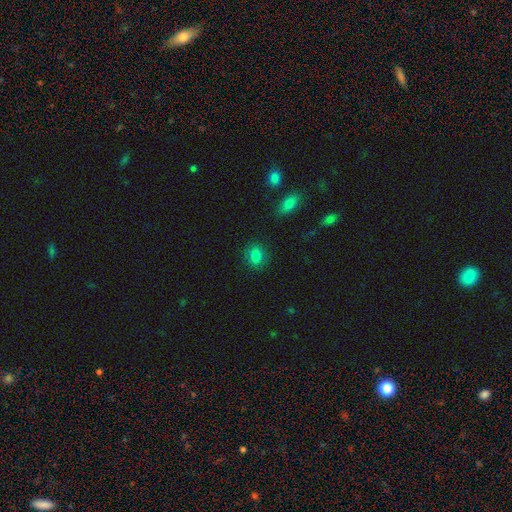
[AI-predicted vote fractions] Overall: smooth (83%). How rounded: round (52%; in between 46%). Merging: none (86%).